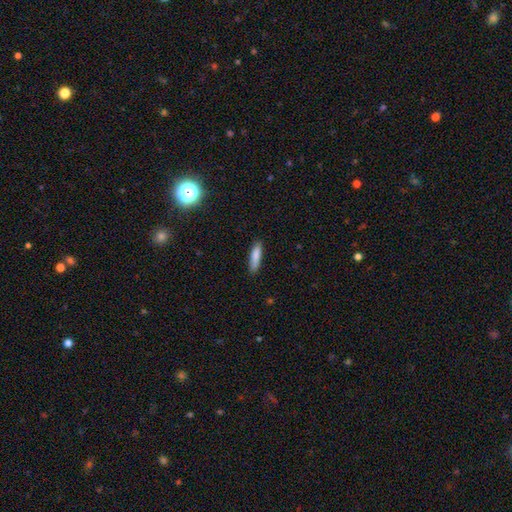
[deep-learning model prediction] Smooth or featured: smooth — 84% (featured or disk — 9%)
How rounded: cigar-shaped — 72% (in between — 27%)
Merging: none — 84% (minor disturbance — 12%)